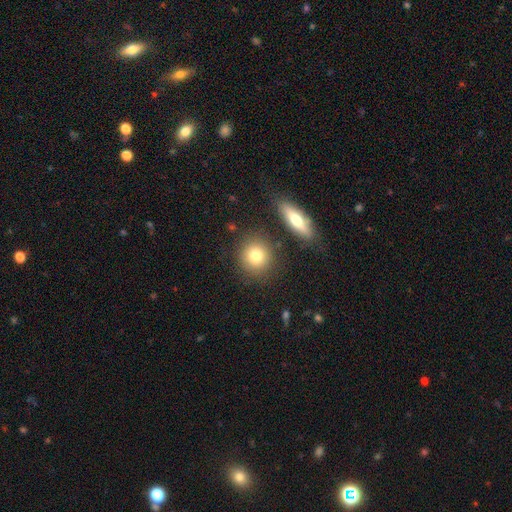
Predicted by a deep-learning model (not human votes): This is likely a smooth galaxy (80%). How rounded: clearly round (87%). Merging: clearly none (81%).